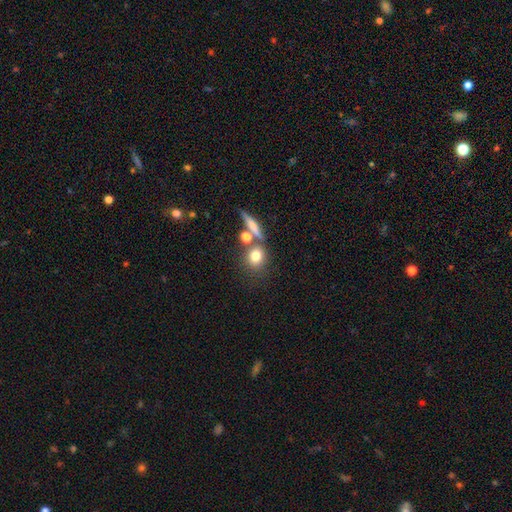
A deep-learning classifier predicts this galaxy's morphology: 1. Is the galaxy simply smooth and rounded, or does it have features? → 75% smooth, 13% featured or disk, 12% star or artifact.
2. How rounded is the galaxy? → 73% round, 22% in between, 5% cigar-shaped.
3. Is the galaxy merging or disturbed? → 62% none, 24% merger, 10% minor disturbance, 5% major disturbance.